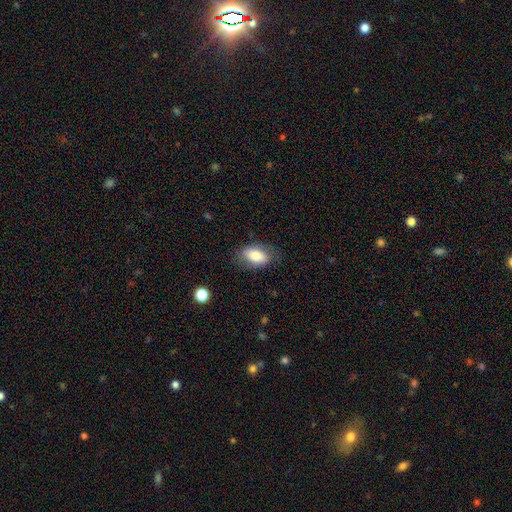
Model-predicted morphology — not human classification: smooth-or-featured: smooth: 80% | featured or disk: 12% | star or artifact: 7%
  how-rounded: in between: 91% | round: 6% | cigar-shaped: 3%
  merging: none: 76% | minor disturbance: 17% | major disturbance: 5% | merger: 1%